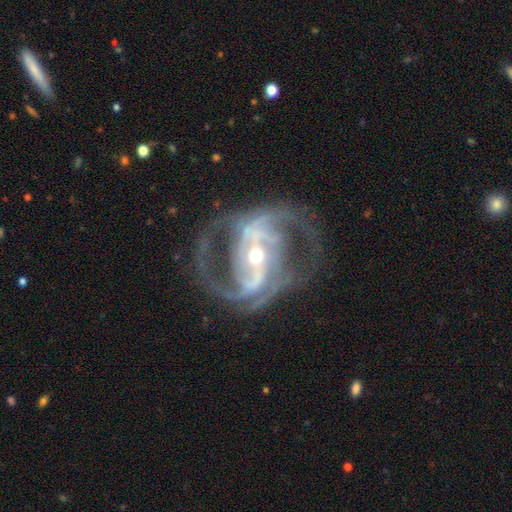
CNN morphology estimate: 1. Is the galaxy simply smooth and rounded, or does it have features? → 92% featured or disk, 5% star or artifact, 3% smooth.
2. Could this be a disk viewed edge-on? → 97% no, 3% yes.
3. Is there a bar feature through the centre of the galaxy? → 58% strong, 28% weak, 14% no.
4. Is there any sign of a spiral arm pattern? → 97% yes, 3% no.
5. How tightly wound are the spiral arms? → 55% medium, 23% loose, 22% tight.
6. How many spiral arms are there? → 65% 2, 16% 3, 8% can't tell, 5% 4, 3% 1, 3% more than 4.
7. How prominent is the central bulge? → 49% moderate, 45% small, 4% large, 1% dominant, 1% none.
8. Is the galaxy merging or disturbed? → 66% none, 17% major disturbance, 15% minor disturbance, 2% merger.